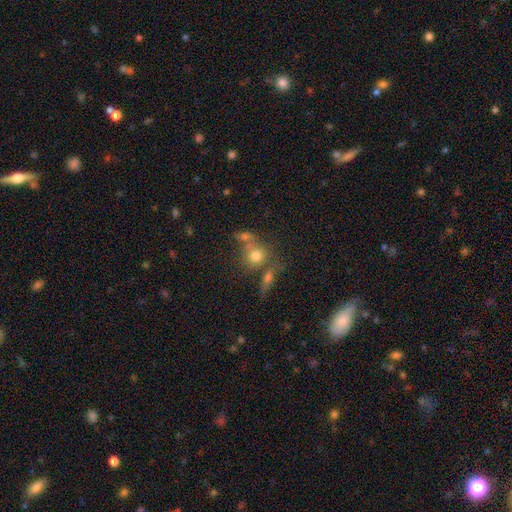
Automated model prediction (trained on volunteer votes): Smooth or featured? smooth (72%)
How rounded? round (76%)
Merging? none (45%)